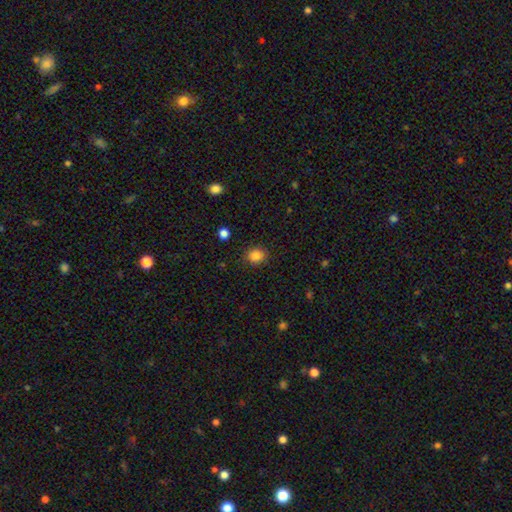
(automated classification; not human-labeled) Overall: smooth (84%). How rounded: round (77%). Merging: none (88%).